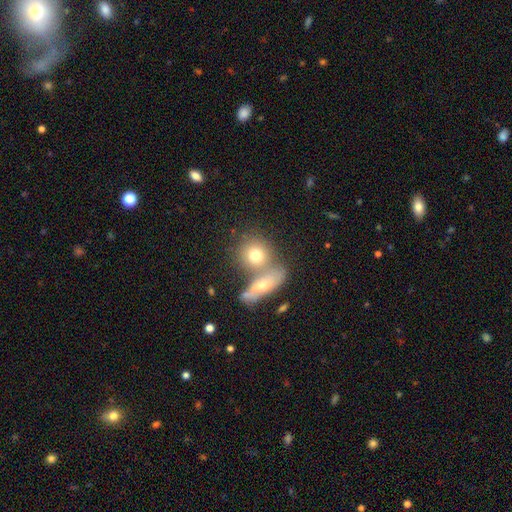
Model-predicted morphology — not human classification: Q: Smooth or featured?
A: smooth (70%); runner-up: featured or disk (21%)
Q: How rounded?
A: round (73%); runner-up: in between (24%)
Q: Merging?
A: none (44%); runner-up: merger (42%)